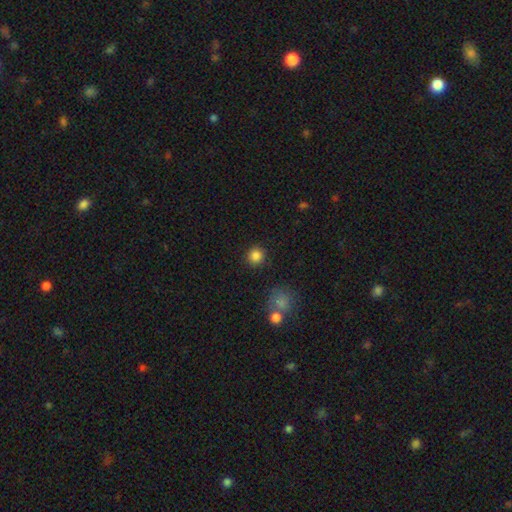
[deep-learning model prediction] This is clearly a smooth galaxy (85%). How rounded: clearly round (93%). Merging: clearly none (89%).